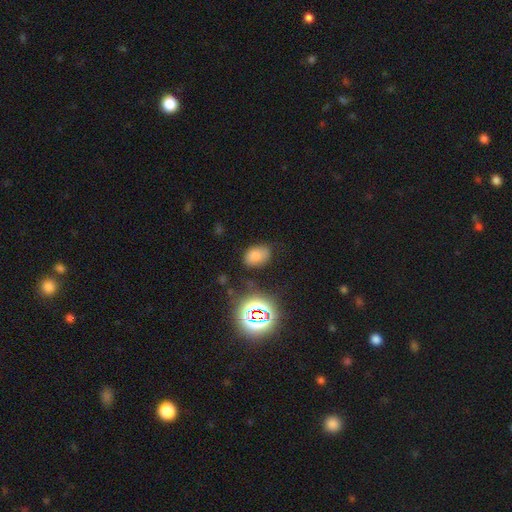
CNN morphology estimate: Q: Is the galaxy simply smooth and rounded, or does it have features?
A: smooth — 71%.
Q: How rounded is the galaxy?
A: in between — 85%.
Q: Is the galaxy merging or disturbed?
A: none — 72%.